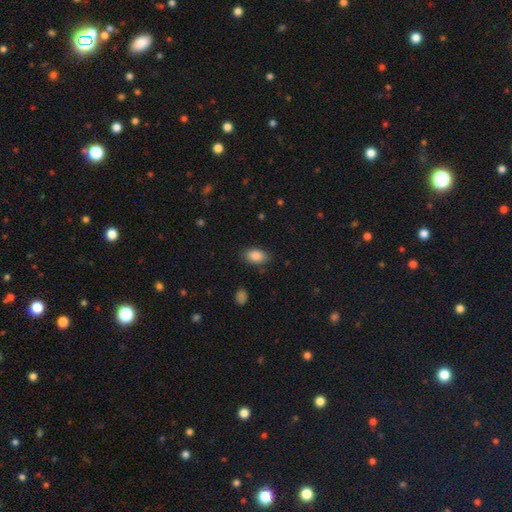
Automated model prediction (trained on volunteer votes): Morphology: type=smooth (87%); roundness=in between (90%); merging=none (84%).